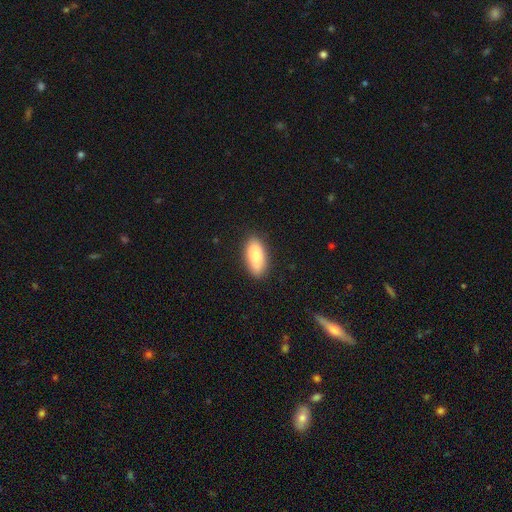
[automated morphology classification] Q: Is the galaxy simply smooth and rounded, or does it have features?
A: smooth — 86%.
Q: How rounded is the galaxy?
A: in between — 84%.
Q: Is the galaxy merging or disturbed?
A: none — 87%.